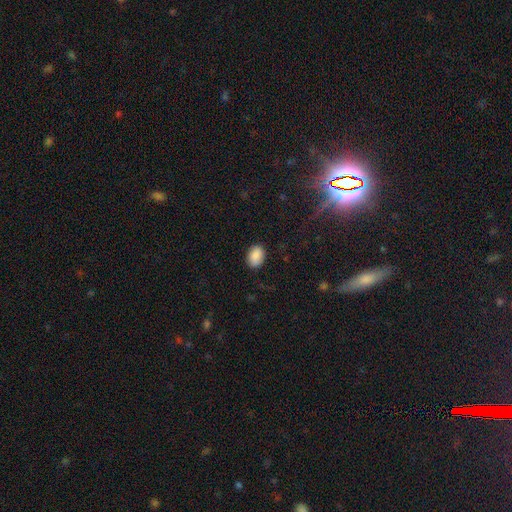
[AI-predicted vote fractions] Smooth or featured: smooth — 89% (star or artifact — 7%)
How rounded: in between — 81% (round — 18%)
Merging: none — 85% (minor disturbance — 11%)